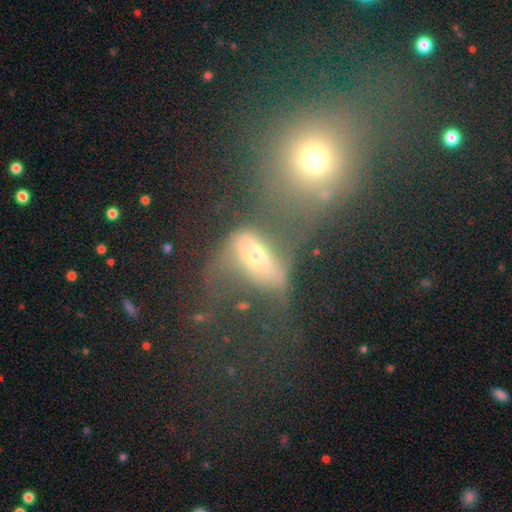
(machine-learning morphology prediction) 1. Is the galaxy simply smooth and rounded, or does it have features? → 49% featured or disk, 37% smooth, 14% star or artifact.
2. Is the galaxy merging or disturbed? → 36% major disturbance, 29% merger, 21% none, 14% minor disturbance.